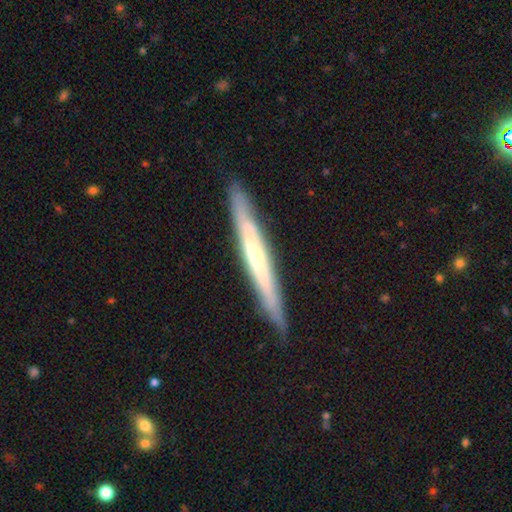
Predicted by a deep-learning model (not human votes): smooth-or-featured: featured or disk: 66% | smooth: 28% | star or artifact: 6%
  disk-edge-on: yes: 90% | no: 10%
    edge-on-bulge: rounded: 48% | none: 46% | boxy: 6%
  merging: none: 87% | minor disturbance: 10% | major disturbance: 2% | merger: 1%